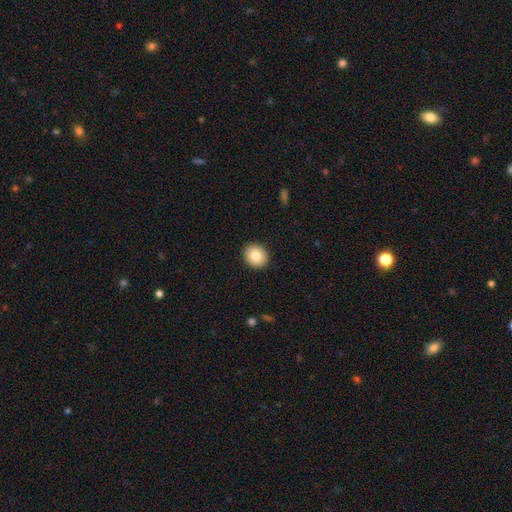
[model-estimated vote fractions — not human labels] smooth_or_featured: smooth (p=0.82) [alt: featured or disk p=0.09]
how_rounded: round (p=0.75) [alt: in between p=0.25]
merging: none (p=0.92) [alt: minor disturbance p=0.06]